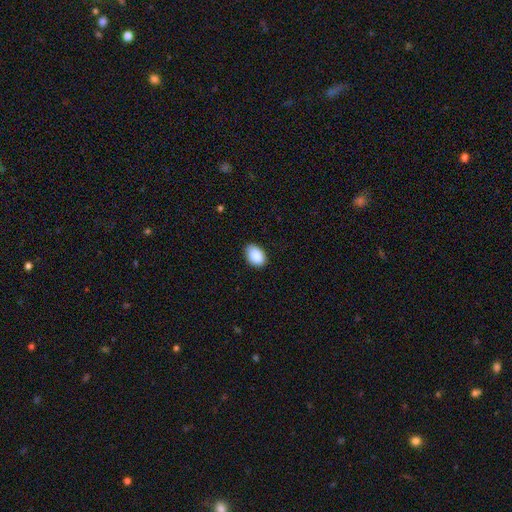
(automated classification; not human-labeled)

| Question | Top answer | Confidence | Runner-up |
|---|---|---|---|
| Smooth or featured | smooth | 89% | star or artifact (7%) |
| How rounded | in between | 88% | round (11%) |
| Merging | none | 84% | minor disturbance (13%) |